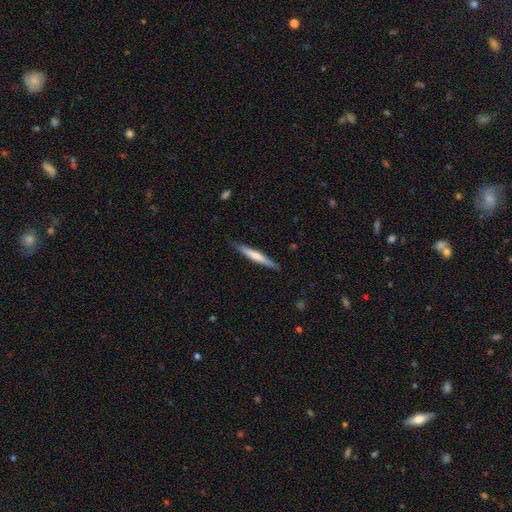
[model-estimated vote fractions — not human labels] The model was most divided on "smooth or featured": smooth: 54%, featured or disk: 41%, star or artifact: 5%. More confident: how rounded — cigar-shaped (95%); merging — none (86%).